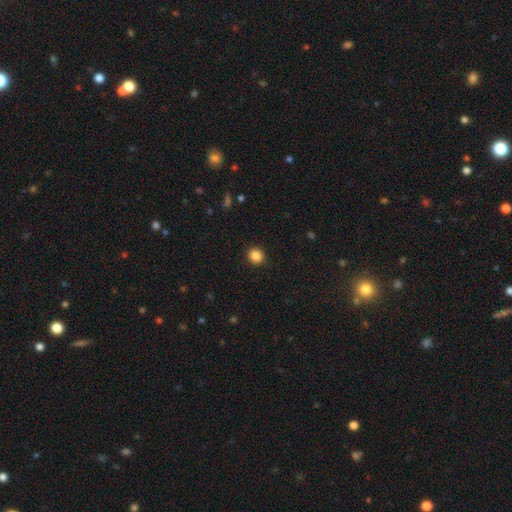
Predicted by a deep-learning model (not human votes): smooth 86%, star or artifact 10%, featured or disk 3%. Down the decision tree: how rounded — round (89%); merging — none (92%).